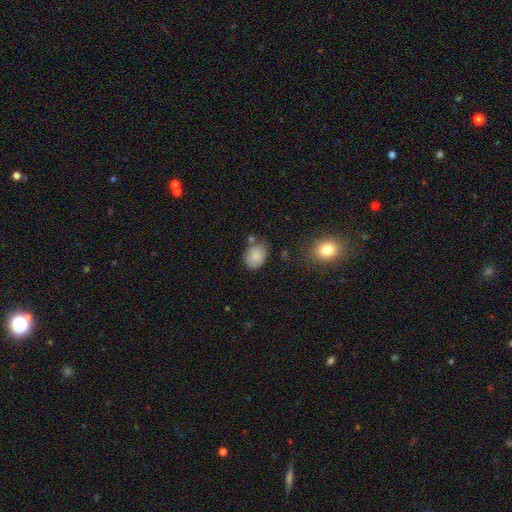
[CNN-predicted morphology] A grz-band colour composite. It shows a smooth galaxy with no disk features (84%) that is in between round and cigar-shaped (63%). Merging: none (71%).